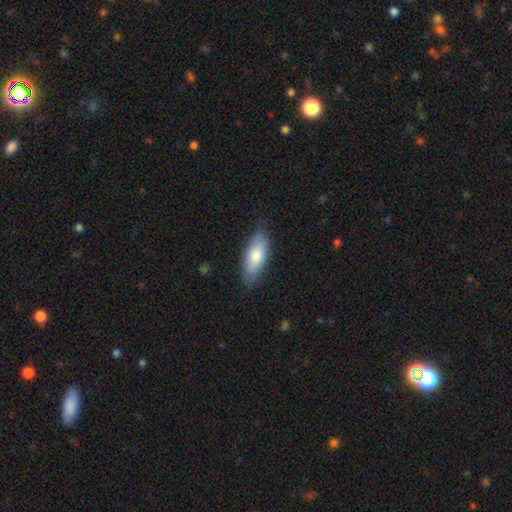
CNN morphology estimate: This is likely a smooth galaxy (77%). How rounded: likely in between (77%). Merging: clearly none (84%).